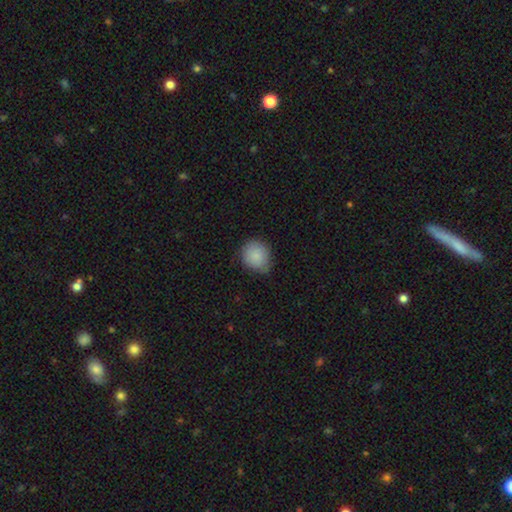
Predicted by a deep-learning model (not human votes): Smooth or featured: smooth — 88% (star or artifact — 7%)
How rounded: round — 74% (in between — 25%)
Merging: none — 69% (minor disturbance — 26%)